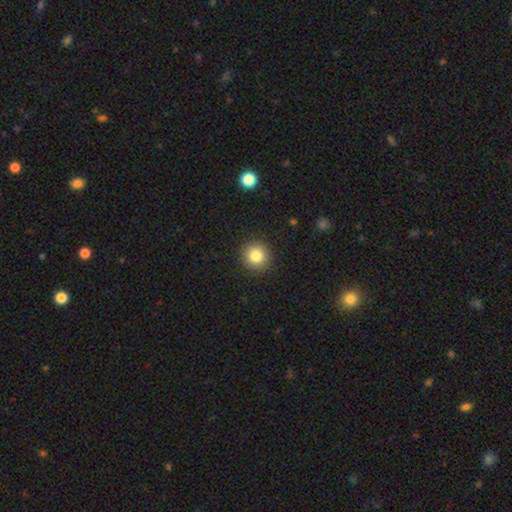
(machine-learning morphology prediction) This appears to be a smooth galaxy with no disk features (83%) that is round (94%). Merging: none (91%).